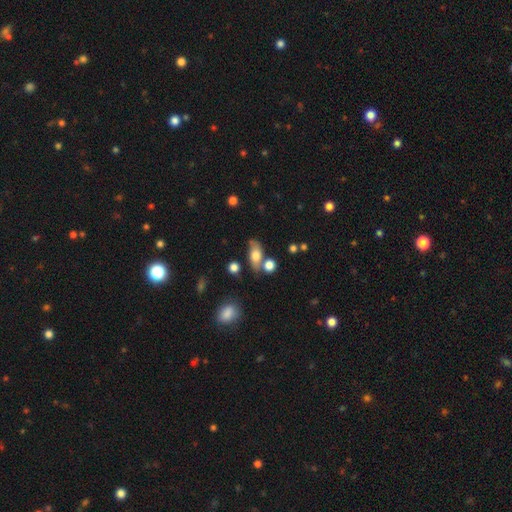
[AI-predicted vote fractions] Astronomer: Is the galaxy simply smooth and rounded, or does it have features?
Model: smooth — 67%.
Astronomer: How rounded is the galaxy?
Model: in between — 80%.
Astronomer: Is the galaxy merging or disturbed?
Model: none — 58%.